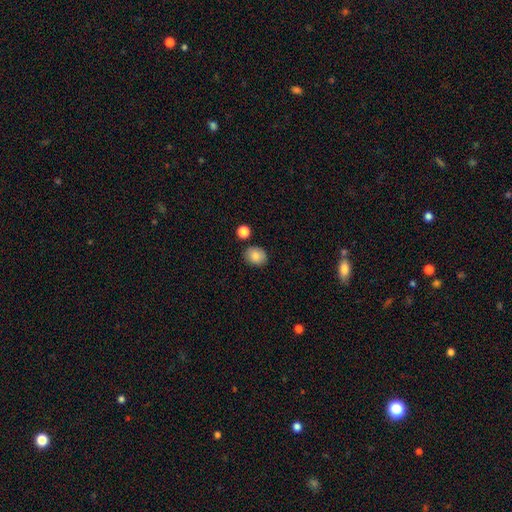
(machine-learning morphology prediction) A smooth galaxy with no disk features (85%) that is round (56%).

Vote fractions:
- Smooth or featured? smooth: 85% / star or artifact: 9% / featured or disk: 7%
- How rounded? round: 56% / in between: 43% / cigar-shaped: 1%
- Merging? none: 83% / minor disturbance: 10% / merger: 4% / major disturbance: 2%